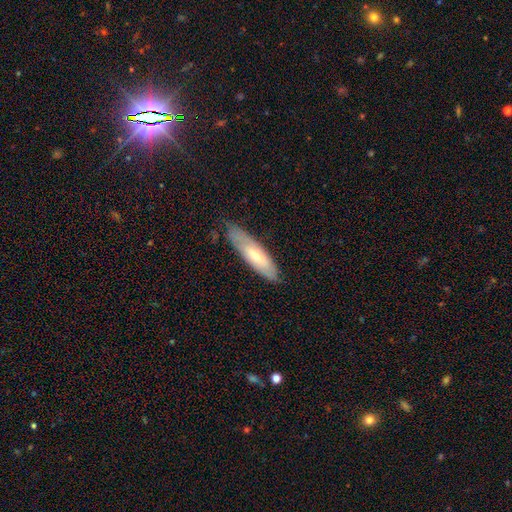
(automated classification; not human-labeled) smooth-or-featured: smooth: 56% | featured or disk: 38% | star or artifact: 6%
  how-rounded: cigar-shaped: 63% | in between: 35% | round: 1%
  merging: none: 75% | minor disturbance: 20% | major disturbance: 4% | merger: 1%